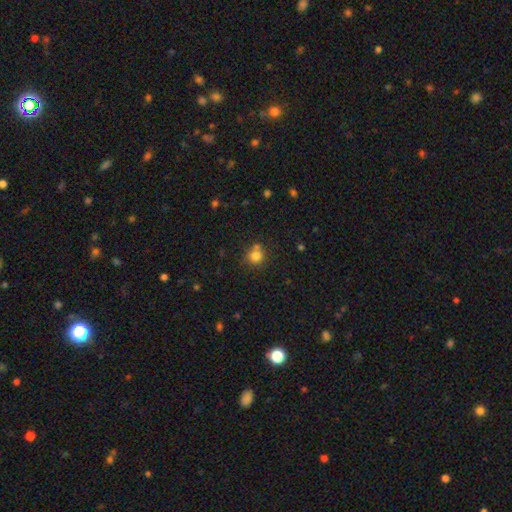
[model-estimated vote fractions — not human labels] Smooth or featured? Predicted: smooth (p=0.80). How rounded? Predicted: round (p=0.89). Merging? Predicted: none (p=0.63).